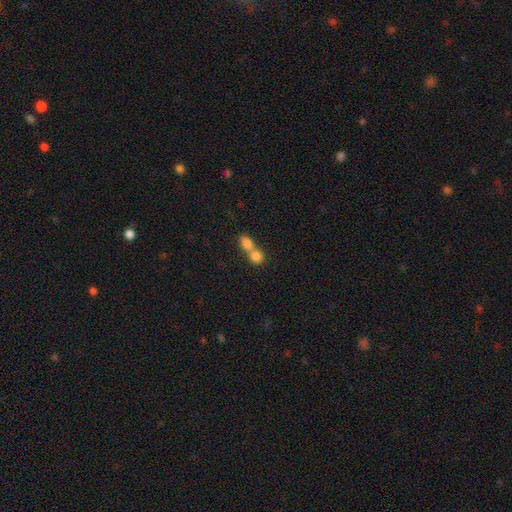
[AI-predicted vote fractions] smooth-or-featured: smooth: 80% | featured or disk: 11% | star or artifact: 9%
  how-rounded: round: 60% | in between: 38% | cigar-shaped: 2%
  merging: merger: 68% | none: 25% | minor disturbance: 5% | major disturbance: 3%